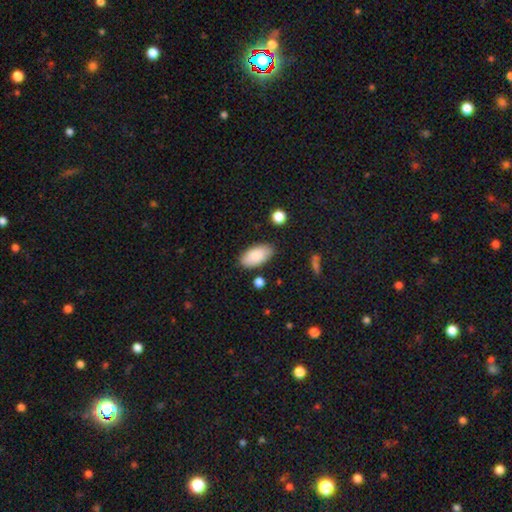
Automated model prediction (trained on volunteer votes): smooth 87%, featured or disk 7%, star or artifact 6%. Down the decision tree: how rounded — in between (93%); merging — none (83%).